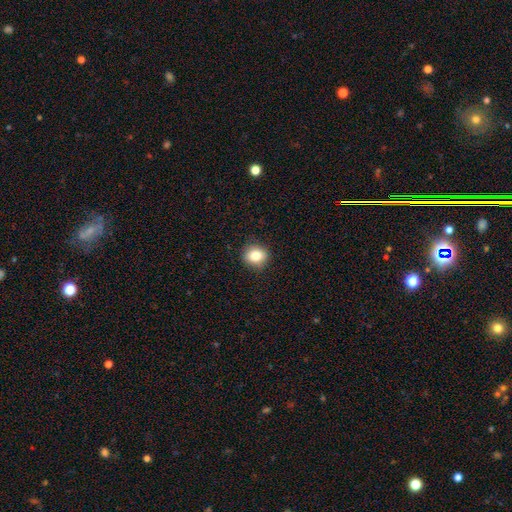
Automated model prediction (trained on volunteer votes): Smooth or featured? smooth (85%)
How rounded? round (78%)
Merging? none (88%)